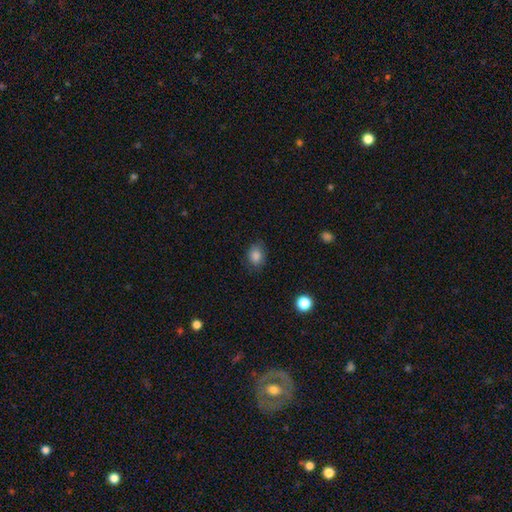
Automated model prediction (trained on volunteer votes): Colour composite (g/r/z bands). It shows a smooth galaxy with no disk features (85%) that is in between round and cigar-shaped (50%). Merging: none (78%).